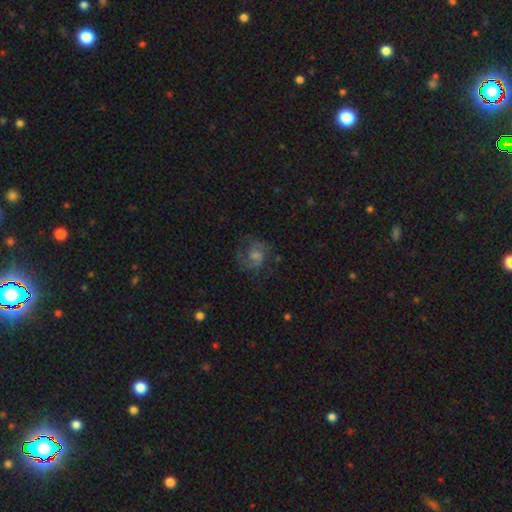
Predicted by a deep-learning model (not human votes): The model was most divided on "bulge size": moderate: 41%, small: 33%, none: 14%, large: 11%, dominant: 2%. More confident: edge-on disk — no (98%); spiral arms — yes (89%); merging — none (70%); spiral arm count — 2 (68%); smooth or featured — featured or disk (65%); bar — no (60%); spiral winding — medium (53%).